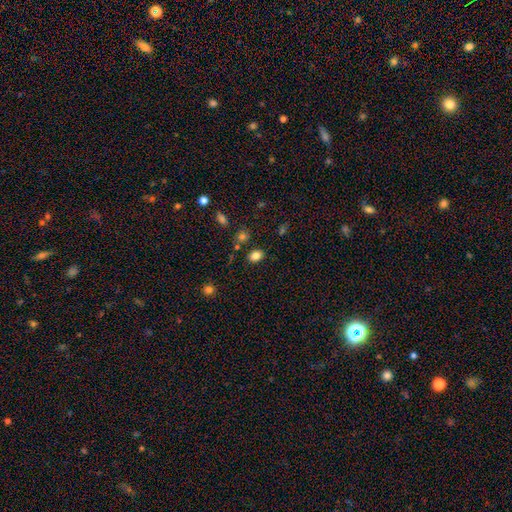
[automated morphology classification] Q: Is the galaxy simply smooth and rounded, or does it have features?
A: smooth — 82%.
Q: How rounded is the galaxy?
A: in between — 75%.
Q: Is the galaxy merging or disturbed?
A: none — 81%.